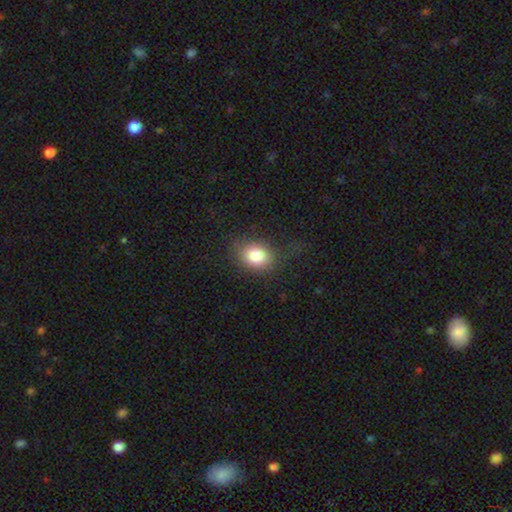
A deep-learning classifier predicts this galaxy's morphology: smooth_or_featured: smooth (p=0.82) [alt: star or artifact p=0.10]
how_rounded: in between (p=0.51) [alt: round p=0.48]
merging: none (p=0.74) [alt: minor disturbance p=0.17]